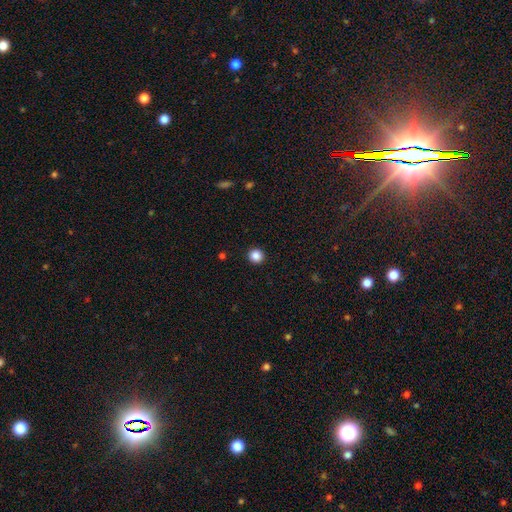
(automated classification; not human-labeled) Smooth or featured? smooth (87%)
How rounded? round (94%)
Merging? none (93%)